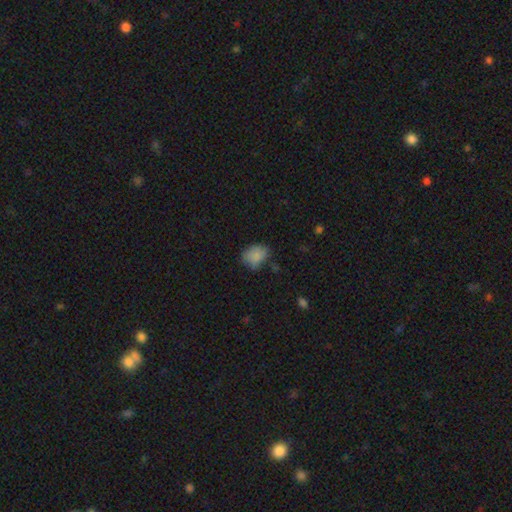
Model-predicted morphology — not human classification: smooth 83%, star or artifact 10%, featured or disk 8%. Down the decision tree: how rounded — in between (62%); merging — none (61%).